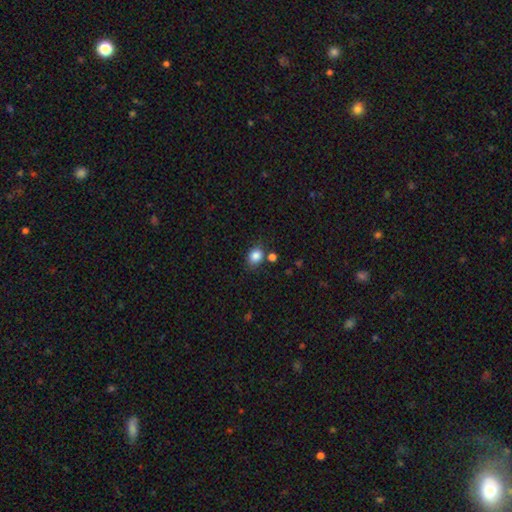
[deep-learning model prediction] Q: Smooth or featured?
A: smooth (85%); runner-up: star or artifact (10%)
Q: How rounded?
A: round (57%); runner-up: in between (42%)
Q: Merging?
A: none (73%); runner-up: minor disturbance (15%)